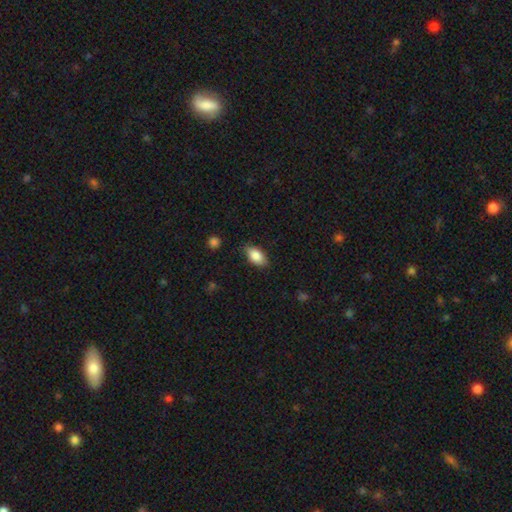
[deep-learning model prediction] A smooth galaxy with no disk features (83%) that is in between round and cigar-shaped (90%).

Vote fractions:
- Smooth or featured? smooth: 83% / featured or disk: 9% / star or artifact: 7%
- How rounded? in between: 90% / round: 5% / cigar-shaped: 5%
- Merging? none: 82% / minor disturbance: 14% / major disturbance: 3% / merger: 1%